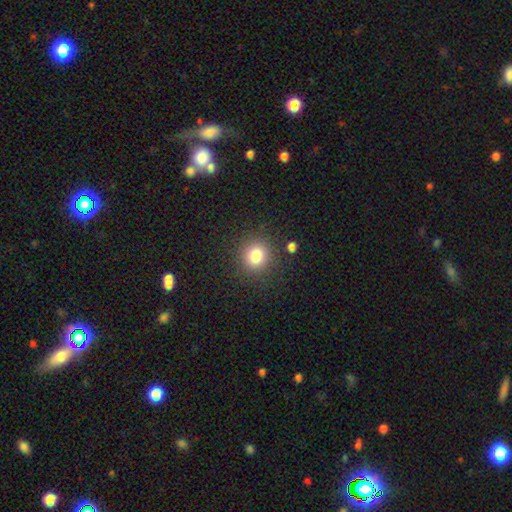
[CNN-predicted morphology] This appears to be a smooth galaxy with no disk features (81%) that is round (88%). Merging: none (87%).